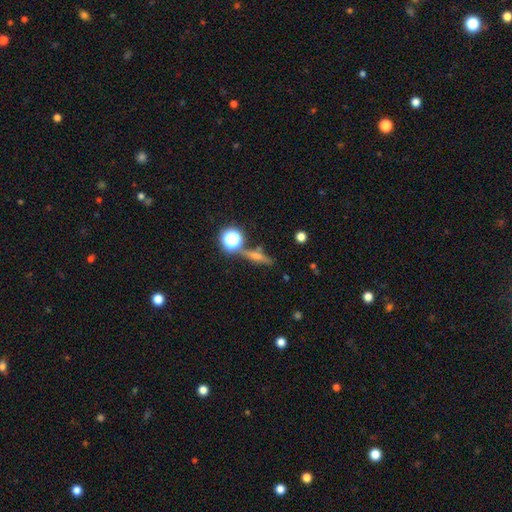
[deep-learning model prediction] A featured or disk galaxy (50%) viewed edge-on (90%). Merging: none (79%).